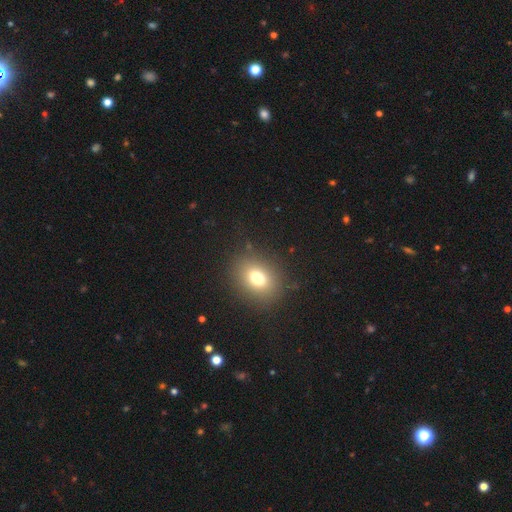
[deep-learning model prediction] smooth_or_featured: smooth (p=0.67) [alt: star or artifact p=0.24]
how_rounded: round (p=0.67) [alt: in between p=0.32]
merging: none (p=0.90) [alt: minor disturbance p=0.06]